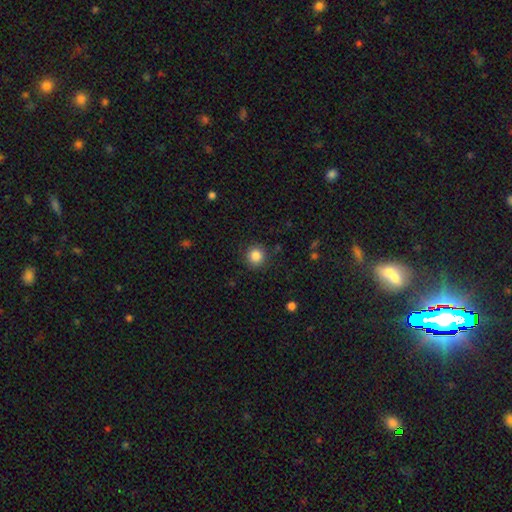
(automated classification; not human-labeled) A smooth galaxy with no disk features (85%) that is round (94%). Merging: none (90%).